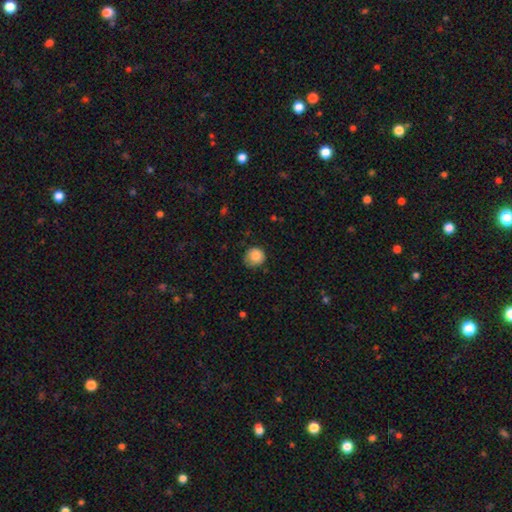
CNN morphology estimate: Smooth or featured? Predicted: smooth (p=0.86). How rounded? Predicted: round (p=0.90). Merging? Predicted: none (p=0.70).